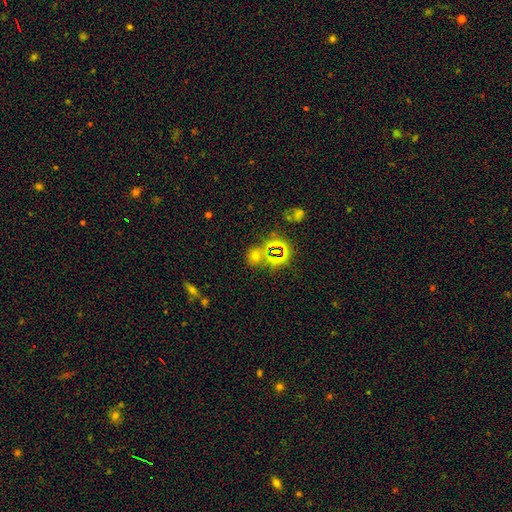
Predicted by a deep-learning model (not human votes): This is possibly a smooth galaxy (50%). Merging: likely none (67%).